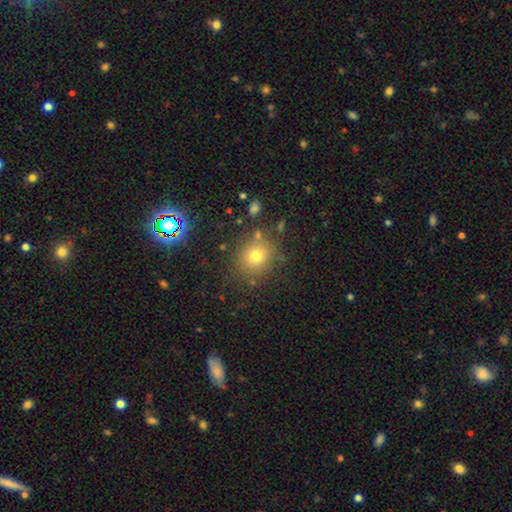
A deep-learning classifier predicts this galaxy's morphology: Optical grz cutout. It shows a smooth galaxy with no disk features (72%) that is round (79%). Merging: none (81%).